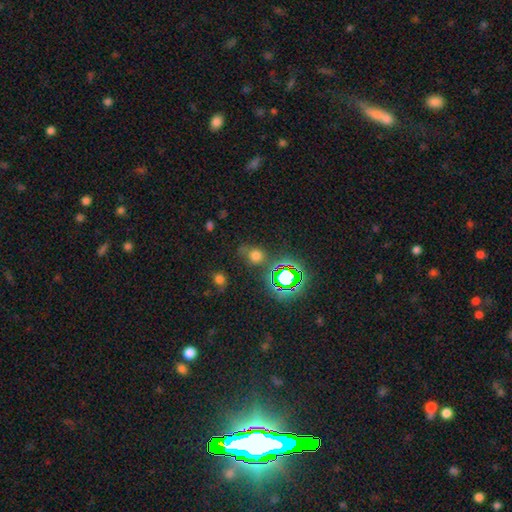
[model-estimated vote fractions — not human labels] This appears to be a smooth galaxy with no disk features (56%) that is round (70%). Merging: none (66%).